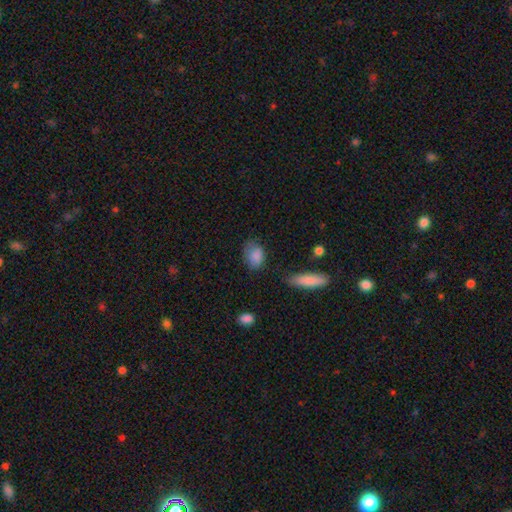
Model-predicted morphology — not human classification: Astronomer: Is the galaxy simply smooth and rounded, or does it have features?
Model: smooth — 85%.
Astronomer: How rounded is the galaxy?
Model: in between — 79%.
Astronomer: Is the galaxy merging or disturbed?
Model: none — 62%.